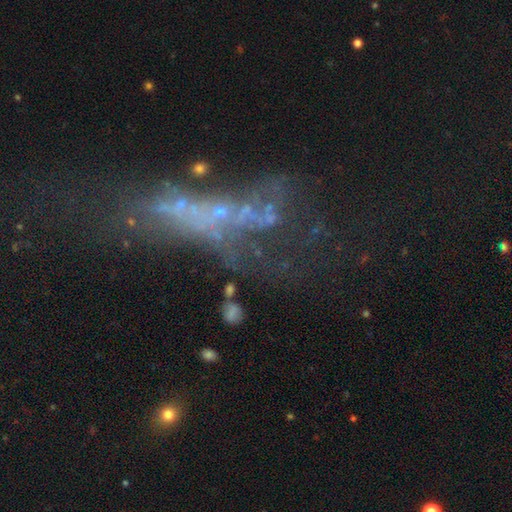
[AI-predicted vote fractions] A featured or disk galaxy (52%).

Vote fractions:
- Smooth or featured? featured or disk: 52% / star or artifact: 28% / smooth: 20%
- Edge-on disk? no: 83% / yes: 17%
- Merging? major disturbance: 37% / none: 28% / merger: 23% / minor disturbance: 12%